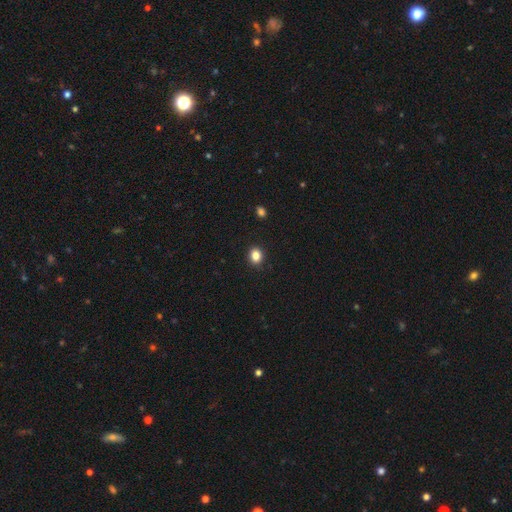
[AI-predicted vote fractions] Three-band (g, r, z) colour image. It shows a smooth galaxy with no disk features (85%) that is round (61%). Merging: none (91%).